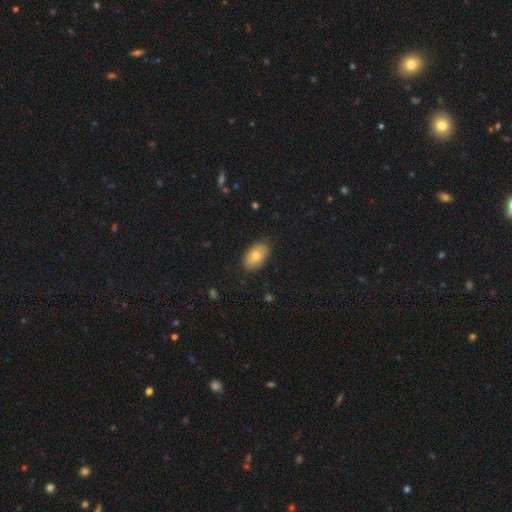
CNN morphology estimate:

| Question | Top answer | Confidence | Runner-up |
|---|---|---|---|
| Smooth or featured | smooth | 74% | featured or disk (19%) |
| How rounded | in between | 92% | round (7%) |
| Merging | none | 85% | minor disturbance (11%) |